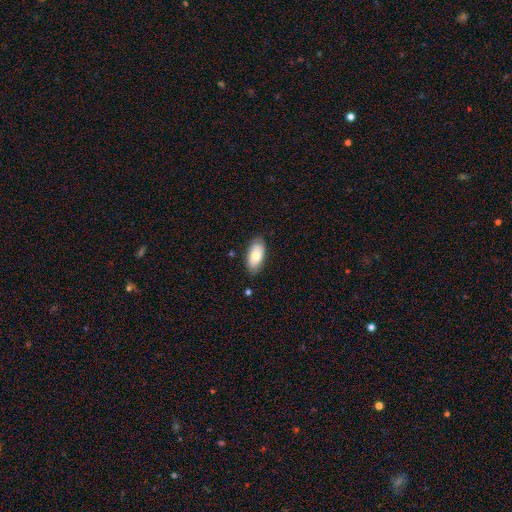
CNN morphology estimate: Smooth or featured: smooth — 69% (featured or disk — 24%)
How rounded: in between — 93% (cigar-shaped — 4%)
Merging: none — 83% (minor disturbance — 13%)